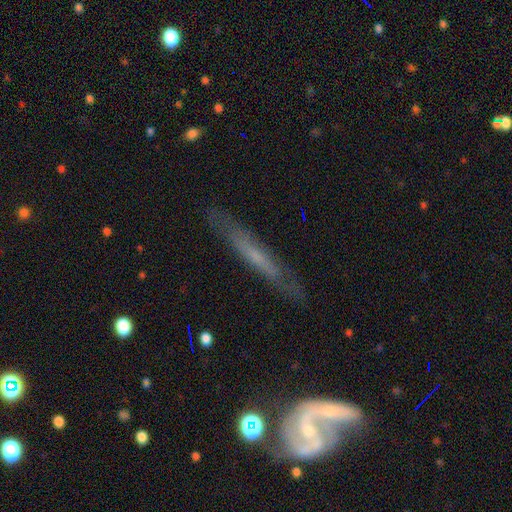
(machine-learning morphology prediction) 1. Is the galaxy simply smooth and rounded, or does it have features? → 54% featured or disk, 37% smooth, 9% star or artifact.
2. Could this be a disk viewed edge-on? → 78% yes, 22% no.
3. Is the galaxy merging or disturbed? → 76% none, 16% minor disturbance, 5% major disturbance, 3% merger.